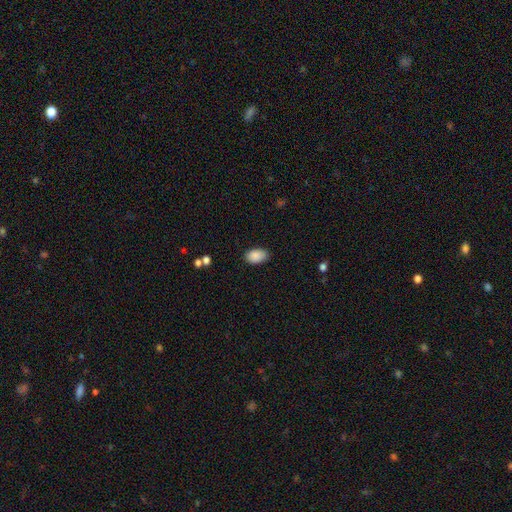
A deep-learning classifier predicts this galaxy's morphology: This is clearly a smooth galaxy (89%). How rounded: clearly in between (91%). Merging: clearly none (83%).